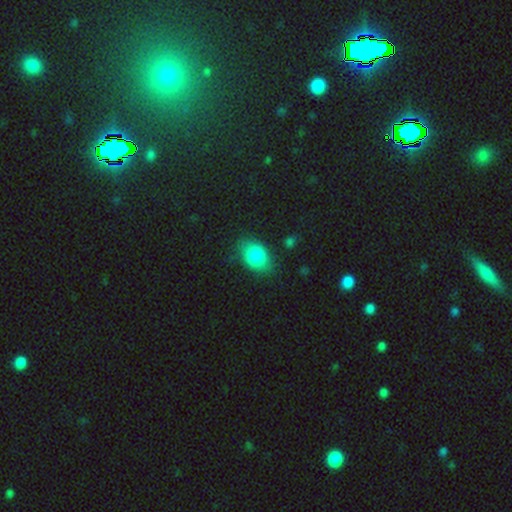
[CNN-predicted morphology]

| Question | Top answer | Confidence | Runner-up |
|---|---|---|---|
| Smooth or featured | smooth | 84% | star or artifact (8%) |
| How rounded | in between | 74% | round (24%) |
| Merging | none | 70% | minor disturbance (22%) |